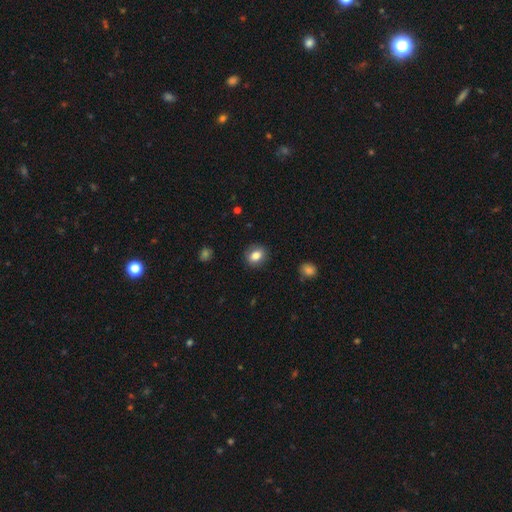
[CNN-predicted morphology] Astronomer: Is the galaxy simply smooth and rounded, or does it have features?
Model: smooth — 82%.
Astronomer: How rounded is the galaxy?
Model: round — 51% (runner-up: in between, 47%).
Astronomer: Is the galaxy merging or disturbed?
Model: none — 87%.